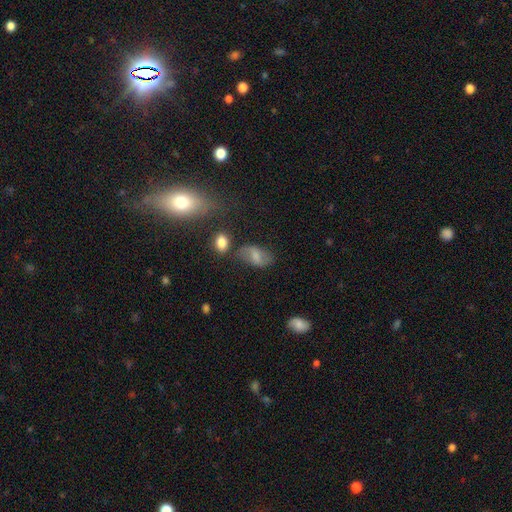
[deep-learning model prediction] Smooth or featured: smooth — 55% (featured or disk — 35%)
How rounded: in between — 89% (round — 8%)
Merging: none — 66% (minor disturbance — 20%)